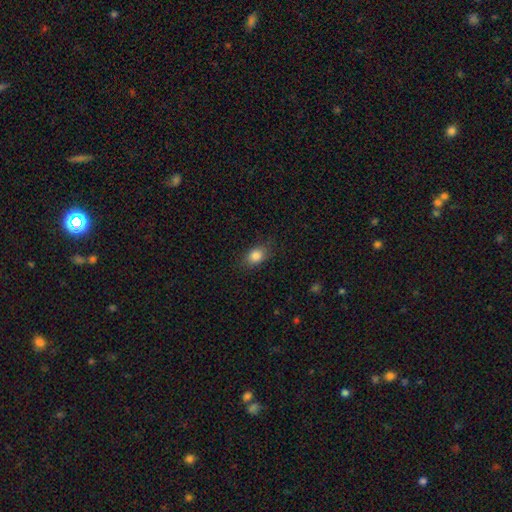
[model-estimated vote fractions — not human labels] Morphology: type=smooth (84%); roundness=in between (68%); merging=none (81%).